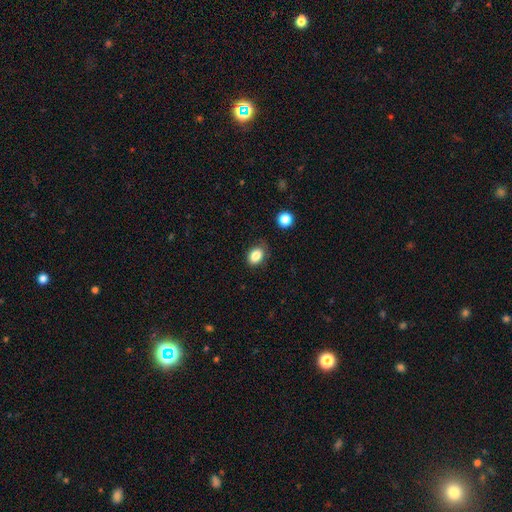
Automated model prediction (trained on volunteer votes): Smooth or featured?
  - smooth: 85% *
  - star or artifact: 9%
  - featured or disk: 6%
How rounded?
  - in between: 73% *
  - round: 26%
  - cigar-shaped: 1%
Merging?
  - none: 77% *
  - minor disturbance: 17%
  - major disturbance: 4%
  - merger: 2%